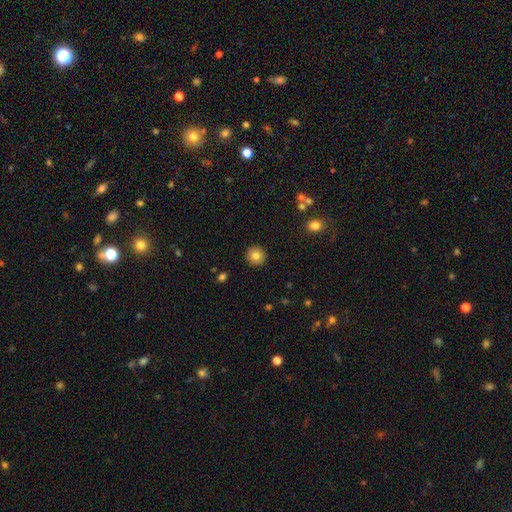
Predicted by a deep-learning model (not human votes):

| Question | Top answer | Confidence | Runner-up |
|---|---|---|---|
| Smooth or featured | smooth | 82% | star or artifact (9%) |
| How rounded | round | 94% | in between (5%) |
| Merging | none | 92% | minor disturbance (5%) |